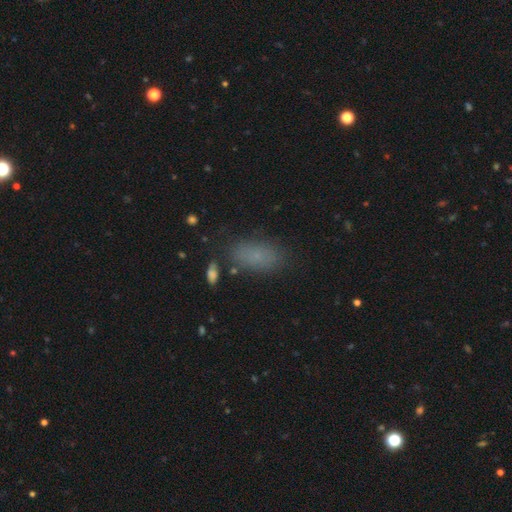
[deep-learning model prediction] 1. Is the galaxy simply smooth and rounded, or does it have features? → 77% smooth, 14% star or artifact, 9% featured or disk.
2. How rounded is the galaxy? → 89% in between, 6% cigar-shaped, 5% round.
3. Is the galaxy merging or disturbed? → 78% none, 13% minor disturbance, 5% major disturbance, 4% merger.